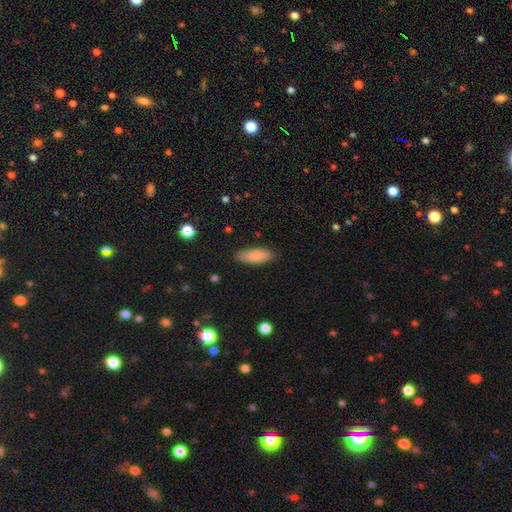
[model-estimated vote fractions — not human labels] smooth 85%, featured or disk 9%, star or artifact 6%. Down the decision tree: how rounded — in between (69%); merging — none (86%).